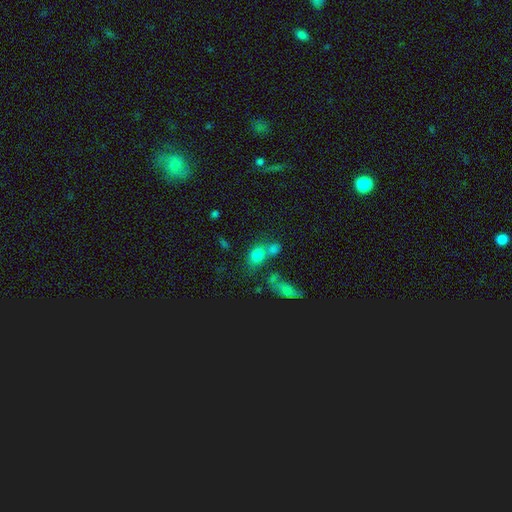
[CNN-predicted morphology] Smooth or featured? Predicted: smooth (p=0.75). How rounded? Predicted: in between (p=0.64). Merging? Predicted: none (p=0.43).